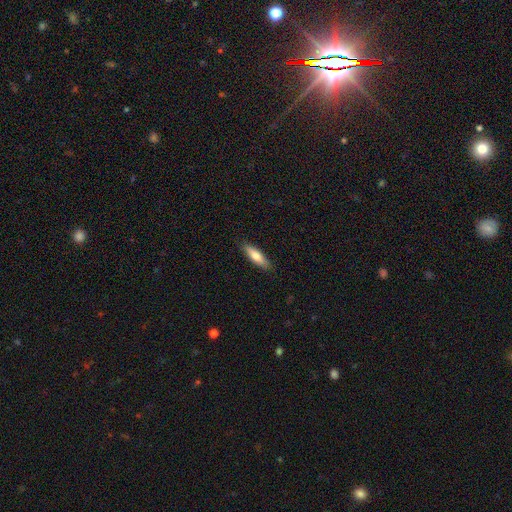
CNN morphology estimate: Q: Smooth or featured?
A: smooth (72%); runner-up: featured or disk (22%)
Q: How rounded?
A: cigar-shaped (60%); runner-up: in between (38%)
Q: Merging?
A: none (88%); runner-up: minor disturbance (9%)